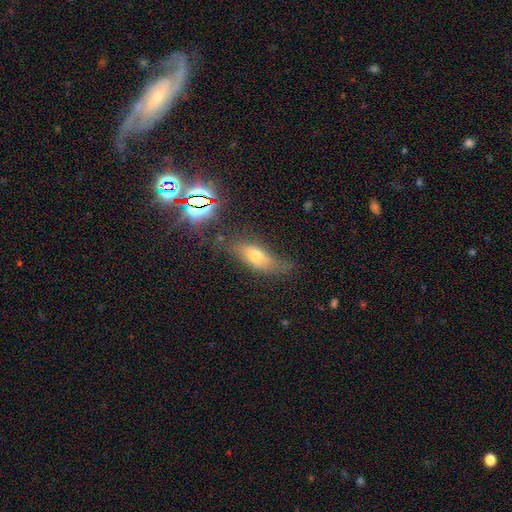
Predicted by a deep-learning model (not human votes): Q: Smooth or featured?
A: smooth (57%); runner-up: featured or disk (29%)
Q: How rounded?
A: in between (69%); runner-up: cigar-shaped (26%)
Q: Merging?
A: none (56%); runner-up: minor disturbance (26%)